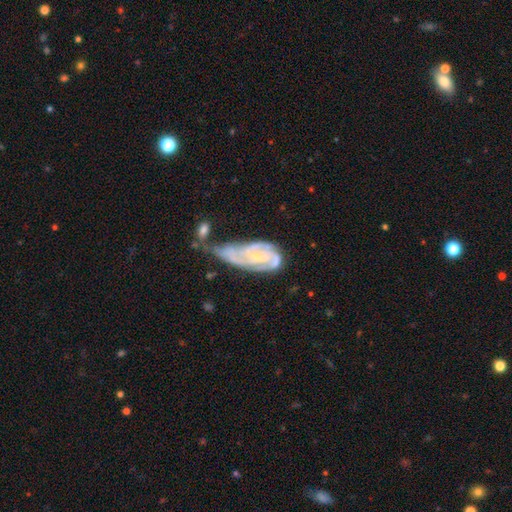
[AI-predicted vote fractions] Q: Smooth or featured?
A: featured or disk (78%); runner-up: smooth (15%)
Q: Edge-on disk?
A: no (95%); runner-up: yes (5%)
Q: Bar?
A: no (52%); runner-up: weak (37%)
Q: Spiral arms?
A: yes (90%); runner-up: no (10%)
Q: Spiral winding?
A: tight (57%); runner-up: medium (33%)
Q: Spiral arm count?
A: 2 (38%); runner-up: can't tell (28%)
Q: Bulge size?
A: small (67%); runner-up: moderate (21%)
Q: Merging?
A: merger (29%); runner-up: minor disturbance (26%)